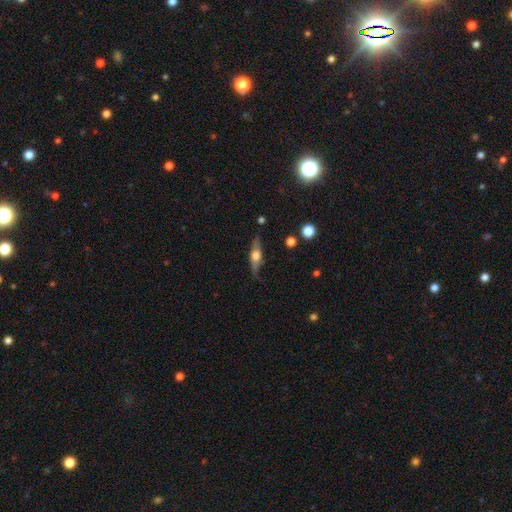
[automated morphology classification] Q: Smooth or featured?
A: featured or disk (54%); runner-up: smooth (40%)
Q: Edge-on disk?
A: yes (90%); runner-up: no (10%)
Q: Merging?
A: none (79%); runner-up: minor disturbance (16%)